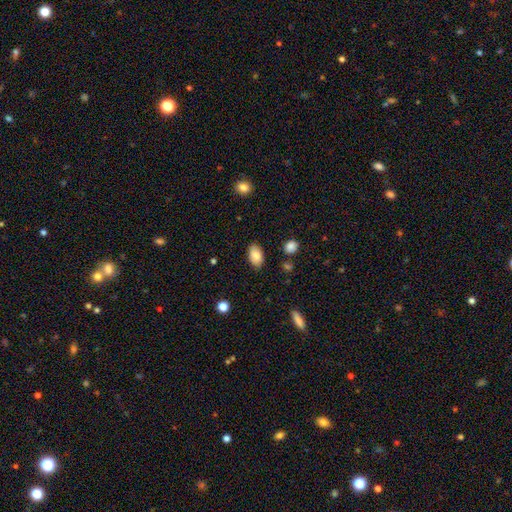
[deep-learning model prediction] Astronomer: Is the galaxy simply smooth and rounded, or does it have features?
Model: smooth — 84%.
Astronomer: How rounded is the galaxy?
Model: in between — 92%.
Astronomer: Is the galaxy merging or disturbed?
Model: none — 84%.